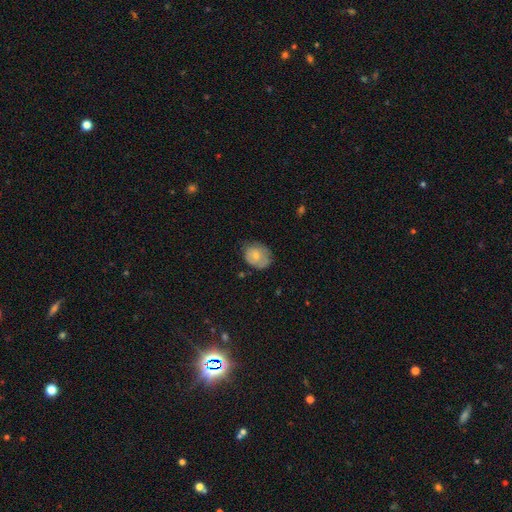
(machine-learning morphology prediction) This appears to be a smooth galaxy with no disk features (66%) that is round (52%). Merging: none (59%).